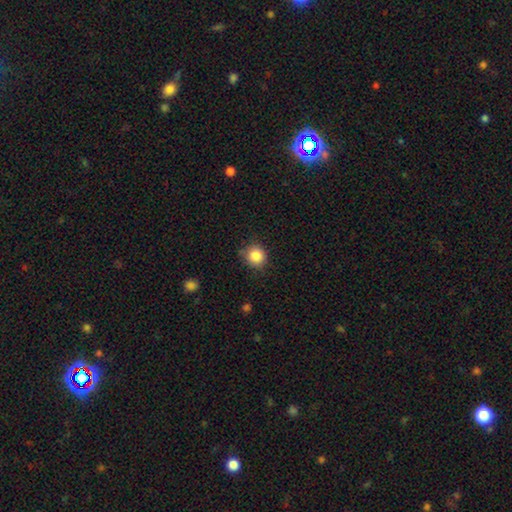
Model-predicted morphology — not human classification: Smooth or featured? Predicted: smooth (p=0.86). How rounded? Predicted: round (p=0.89). Merging? Predicted: none (p=0.83).